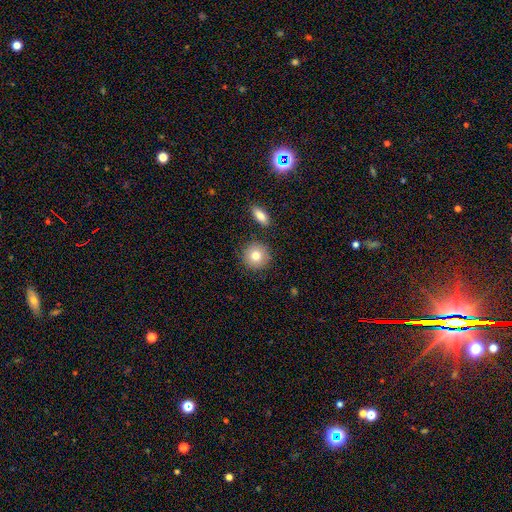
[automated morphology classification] type=smooth (79%); roundness=round (92%); merging=none (85%).